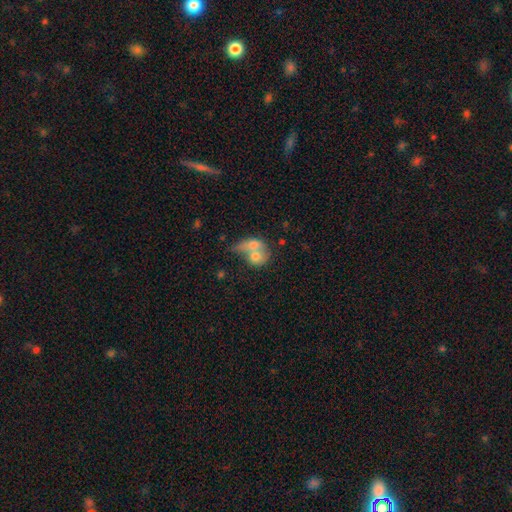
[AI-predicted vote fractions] Smooth or featured?
  - smooth: 54% *
  - featured or disk: 34%
  - star or artifact: 12%
How rounded?
  - round: 57% *
  - in between: 40%
  - cigar-shaped: 4%
Merging?
  - merger: 62% *
  - none: 23%
  - minor disturbance: 8%
  - major disturbance: 7%